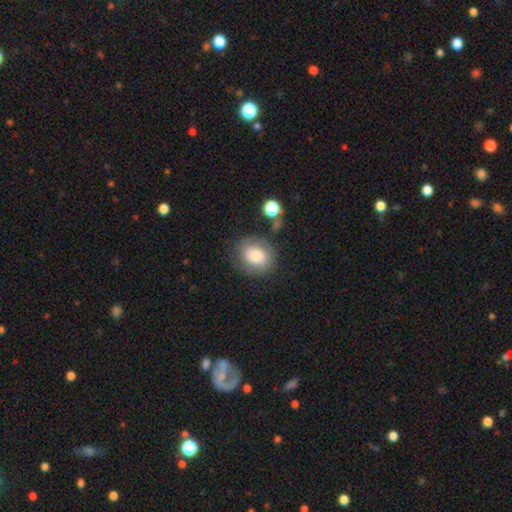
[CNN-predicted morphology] Smooth or featured? Predicted: smooth (p=0.69). How rounded? Predicted: round (p=0.56). Merging? Predicted: none (p=0.70).